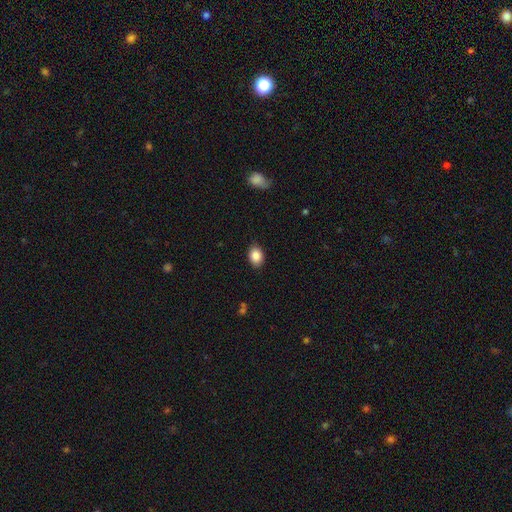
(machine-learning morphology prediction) Q: Smooth or featured?
A: smooth (87%); runner-up: star or artifact (8%)
Q: How rounded?
A: in between (73%); runner-up: round (26%)
Q: Merging?
A: none (88%); runner-up: minor disturbance (9%)